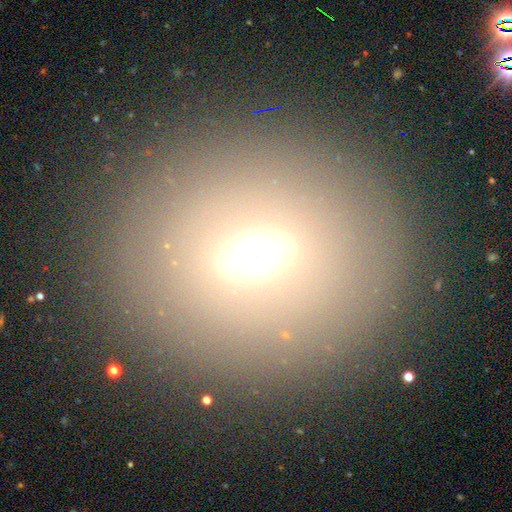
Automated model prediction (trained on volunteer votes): smooth-or-featured: smooth: 52% | featured or disk: 26% | star or artifact: 22%
  how-rounded: round: 70% | in between: 28% | cigar-shaped: 2%
  merging: none: 85% | minor disturbance: 8% | major disturbance: 5% | merger: 2%